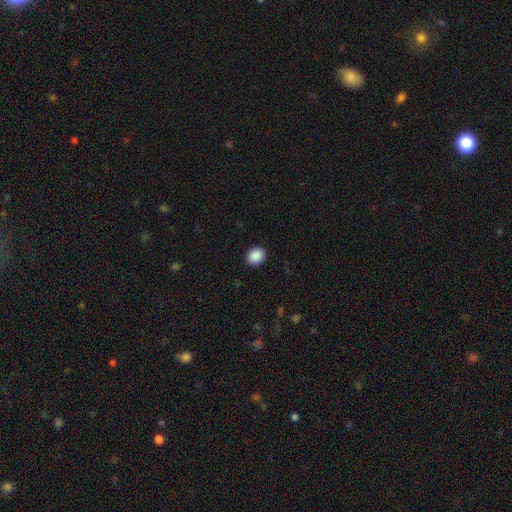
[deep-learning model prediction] The model was most divided on "how rounded": round: 62%, in between: 38%, cigar-shaped: 1%. More confident: merging — none (91%); smooth or featured — smooth (89%).